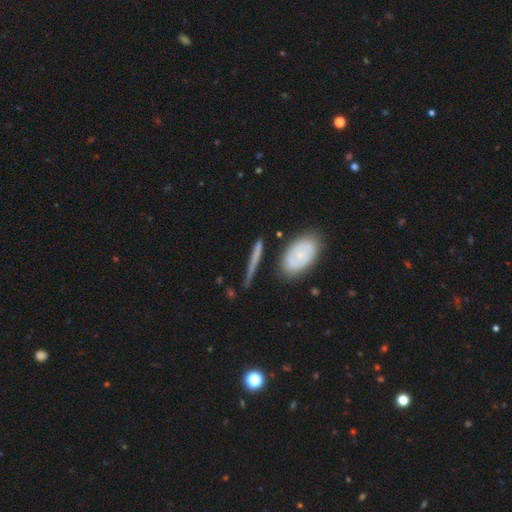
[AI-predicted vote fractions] The model was most divided on "smooth or featured": smooth: 46%, featured or disk: 45%, star or artifact: 9%. More confident: merging — none (75%).